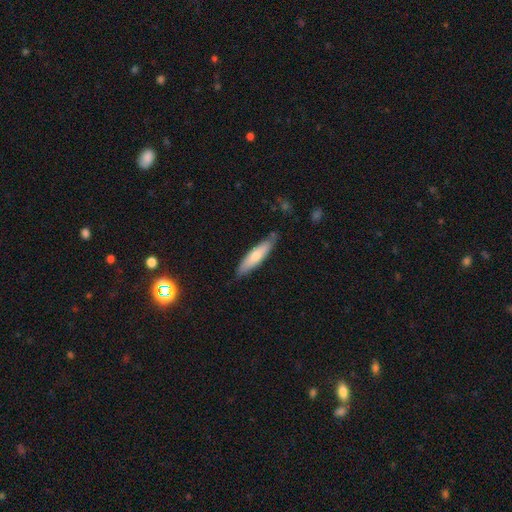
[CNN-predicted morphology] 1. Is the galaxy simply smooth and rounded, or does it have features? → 68% smooth, 27% featured or disk, 5% star or artifact.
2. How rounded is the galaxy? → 75% cigar-shaped, 24% in between, 1% round.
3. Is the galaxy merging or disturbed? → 79% none, 16% minor disturbance, 2% major disturbance, 2% merger.